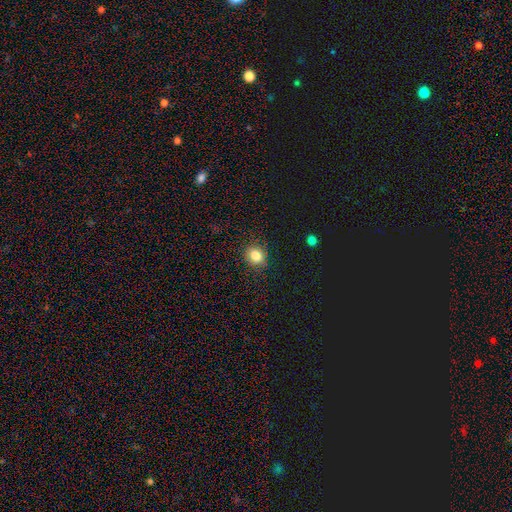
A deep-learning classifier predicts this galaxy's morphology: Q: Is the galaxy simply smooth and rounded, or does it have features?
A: smooth — 83%.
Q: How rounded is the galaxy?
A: round — 67%.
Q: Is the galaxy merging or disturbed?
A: none — 88%.